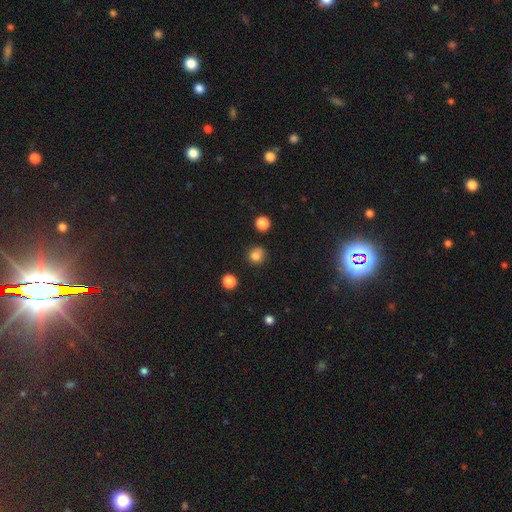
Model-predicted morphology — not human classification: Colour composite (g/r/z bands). It shows a smooth galaxy with no disk features (82%) that is round (89%). Merging: none (82%).